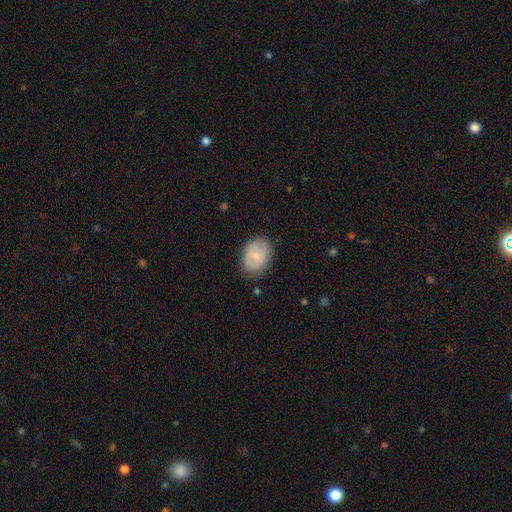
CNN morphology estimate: This appears to be a smooth galaxy with no disk features (65%) that is in between round and cigar-shaped (64%). Merging: none (78%).